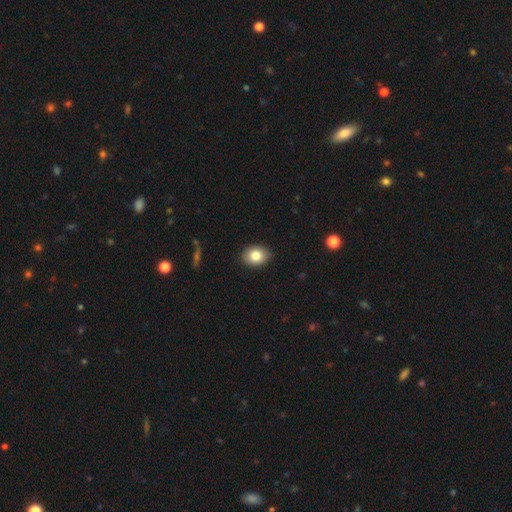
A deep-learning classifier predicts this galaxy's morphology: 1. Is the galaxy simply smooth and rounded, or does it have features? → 83% smooth, 9% star or artifact, 9% featured or disk.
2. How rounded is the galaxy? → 59% in between, 40% round, 1% cigar-shaped.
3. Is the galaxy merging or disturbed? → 89% none, 9% minor disturbance, 2% major disturbance, 1% merger.